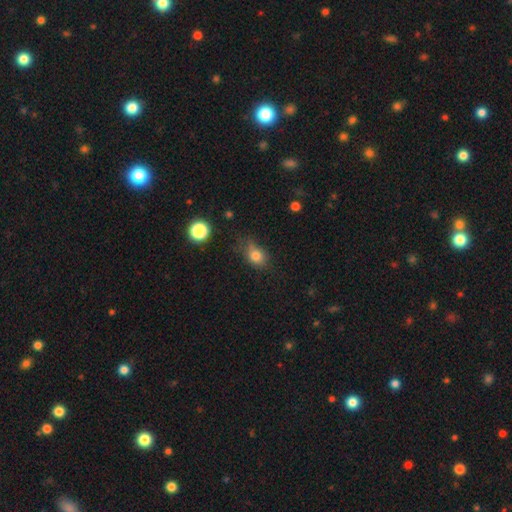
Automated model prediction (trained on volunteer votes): Q: Smooth or featured?
A: smooth (79%); runner-up: star or artifact (13%)
Q: How rounded?
A: in between (50%); runner-up: round (48%)
Q: Merging?
A: none (50%); runner-up: minor disturbance (33%)